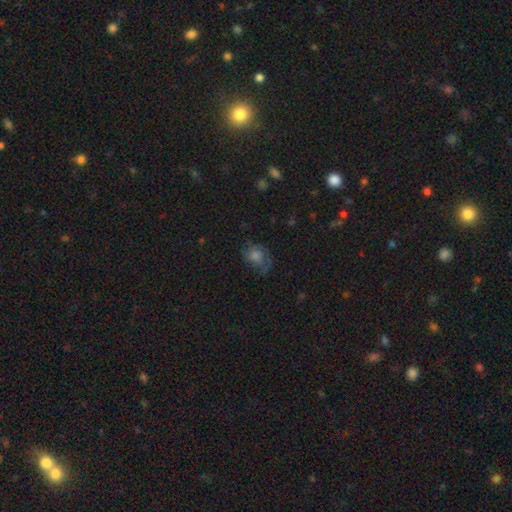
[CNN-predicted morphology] The model was most divided on "how rounded": round: 52%, in between: 47%, cigar-shaped: 1%. More confident: merging — none (53%); smooth or featured — smooth (52%).